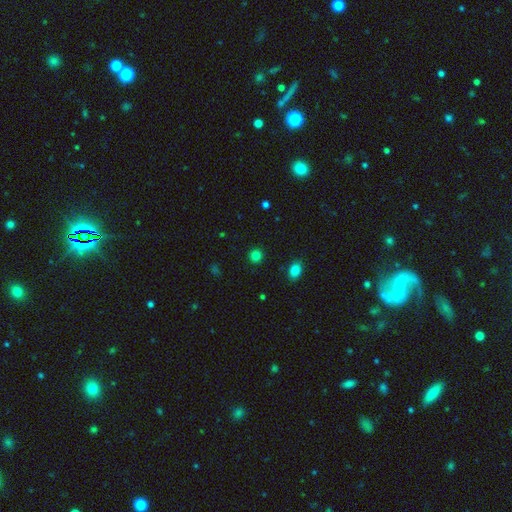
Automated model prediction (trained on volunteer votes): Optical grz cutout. It shows a smooth galaxy with no disk features (82%) that is round (90%). Merging: none (91%).